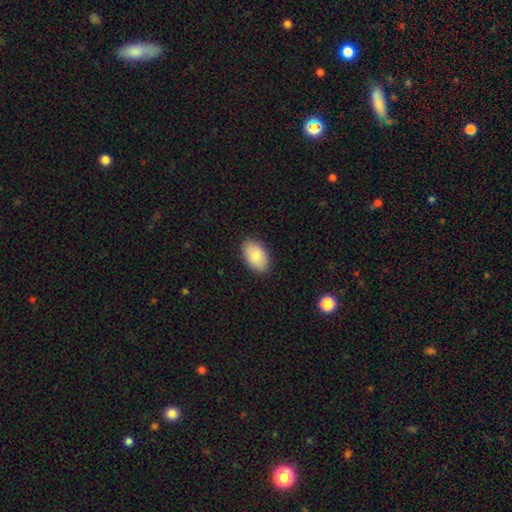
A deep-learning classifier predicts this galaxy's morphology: Q: Smooth or featured?
A: smooth (85%); runner-up: featured or disk (8%)
Q: How rounded?
A: in between (92%); runner-up: round (7%)
Q: Merging?
A: none (88%); runner-up: minor disturbance (9%)